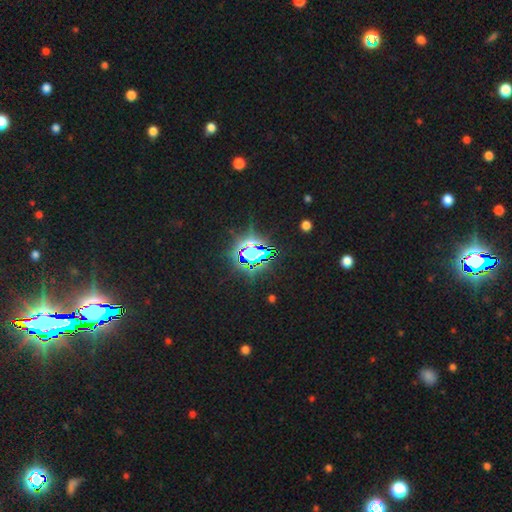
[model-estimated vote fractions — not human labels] A star or artifact, not a galaxy (76%).

Vote fractions:
- Smooth or featured? star or artifact: 76% / smooth: 13% / featured or disk: 11%